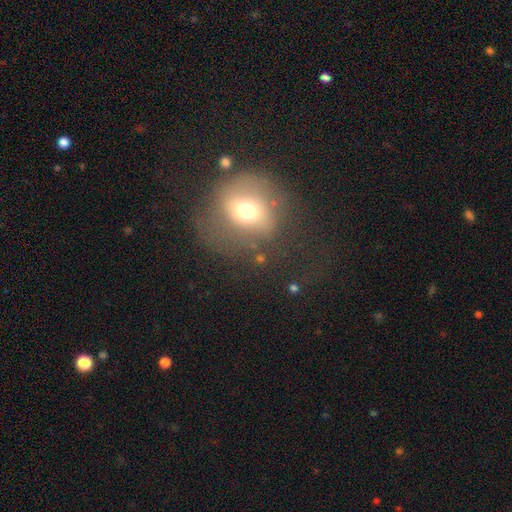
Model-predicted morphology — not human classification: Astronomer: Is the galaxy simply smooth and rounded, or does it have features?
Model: smooth — 46% (runner-up: featured or disk, 39%).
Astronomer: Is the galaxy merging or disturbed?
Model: none — 56%.